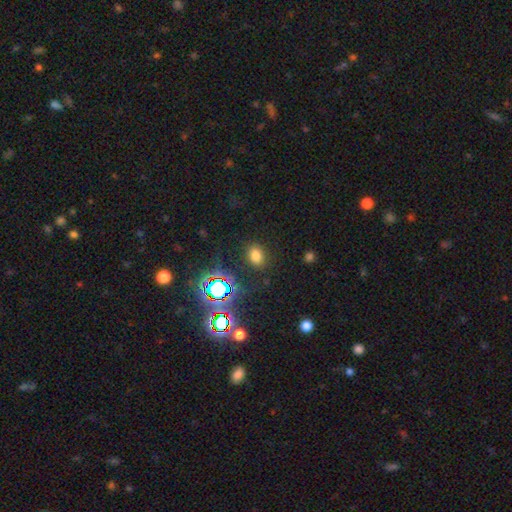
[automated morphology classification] Overall: smooth (70%). How rounded: in between (61%; round 38%). Merging: none (85%).